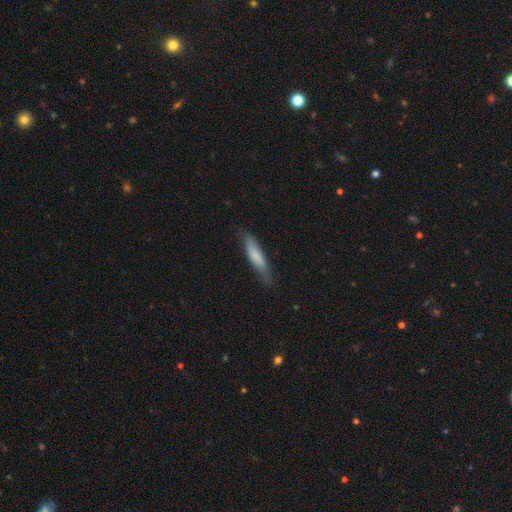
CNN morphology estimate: Smooth or featured?
  - smooth: 73% *
  - featured or disk: 21%
  - star or artifact: 6%
How rounded?
  - cigar-shaped: 79% *
  - in between: 20%
  - round: 1%
Merging?
  - none: 75% *
  - minor disturbance: 20%
  - major disturbance: 4%
  - merger: 1%